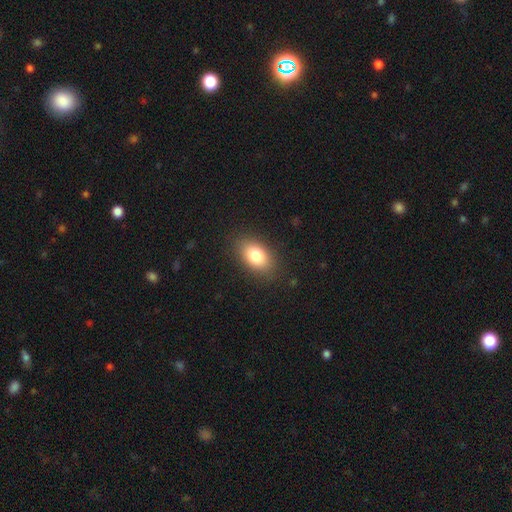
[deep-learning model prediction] smooth-or-featured: smooth: 81% | featured or disk: 10% | star or artifact: 9%
  how-rounded: in between: 86% | round: 12% | cigar-shaped: 2%
  merging: none: 85% | minor disturbance: 10% | major disturbance: 3% | merger: 1%